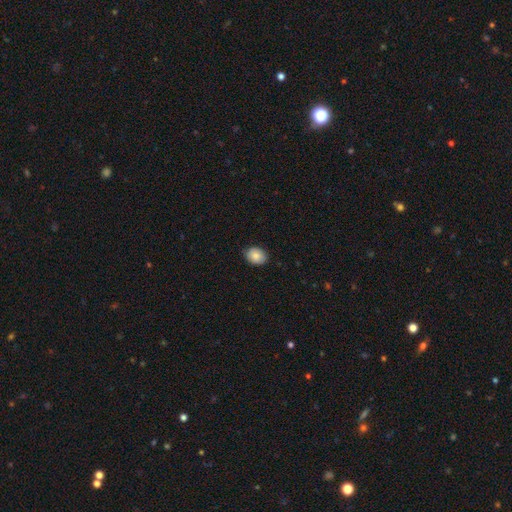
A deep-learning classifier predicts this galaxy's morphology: Smooth or featured: smooth — 85% (star or artifact — 8%)
How rounded: in between — 62% (round — 37%)
Merging: none — 86% (minor disturbance — 11%)